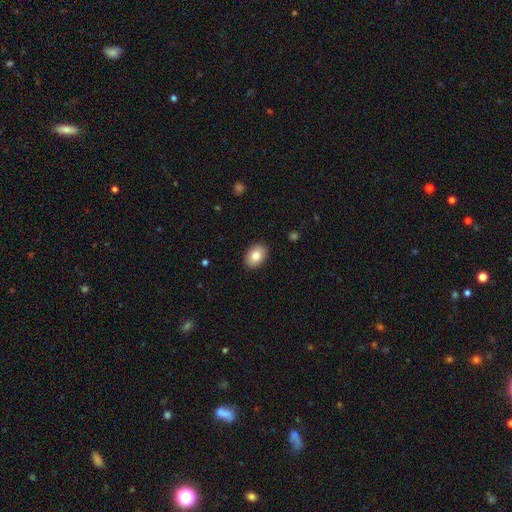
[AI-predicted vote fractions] This appears to be a smooth galaxy with no disk features (83%) that is in between round and cigar-shaped (81%). Merging: none (90%).